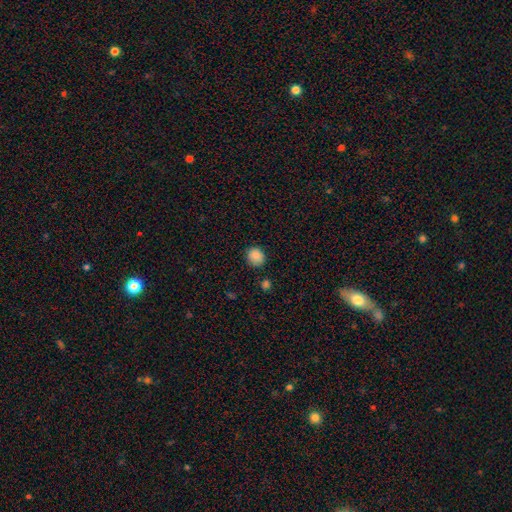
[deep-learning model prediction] A smooth galaxy with no disk features (87%) that is round (81%). Merging: none (83%).